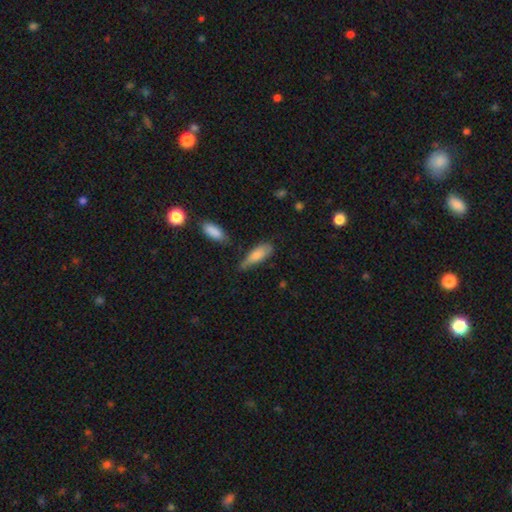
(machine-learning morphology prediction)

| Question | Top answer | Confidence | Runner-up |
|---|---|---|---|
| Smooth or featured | smooth | 80% | featured or disk (13%) |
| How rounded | in between | 58% | cigar-shaped (40%) |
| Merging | none | 52% | minor disturbance (34%) |